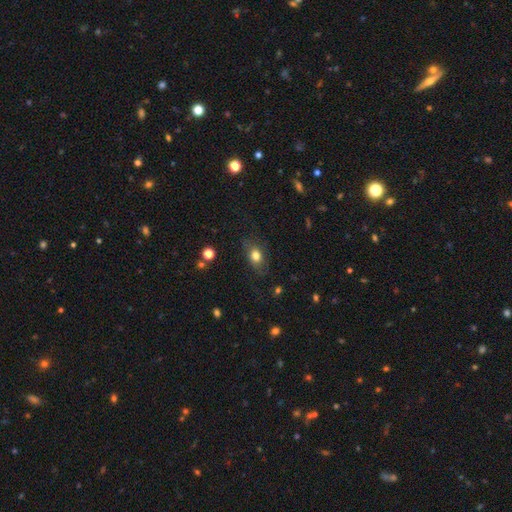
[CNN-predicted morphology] A smooth galaxy with no disk features (75%) that is in between round and cigar-shaped (76%). Merging: none (75%).